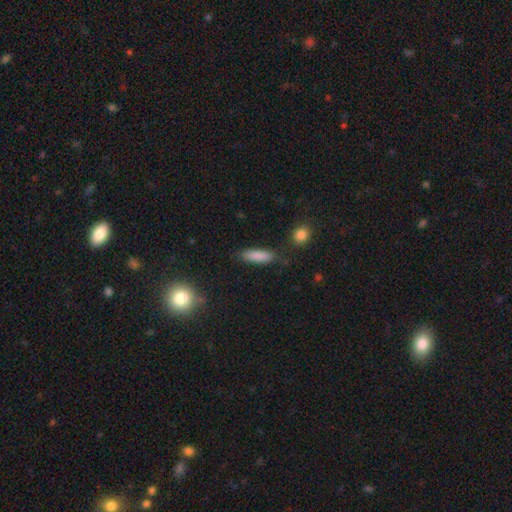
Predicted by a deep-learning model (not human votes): Smooth or featured: smooth — 85% (featured or disk — 8%)
How rounded: cigar-shaped — 57% (in between — 41%)
Merging: none — 79% (minor disturbance — 14%)